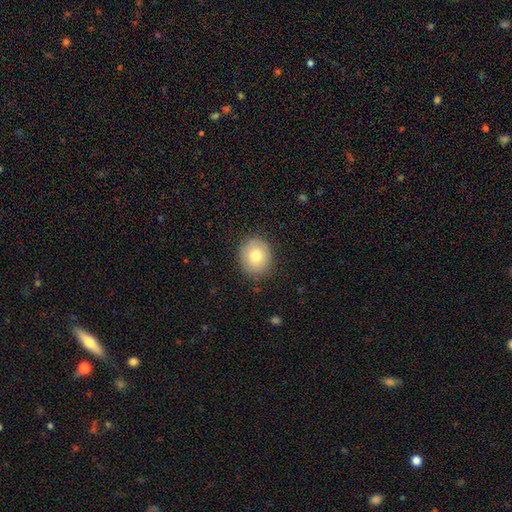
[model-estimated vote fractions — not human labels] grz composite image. It shows a smooth galaxy with no disk features (76%) that is round (82%). Merging: none (87%).